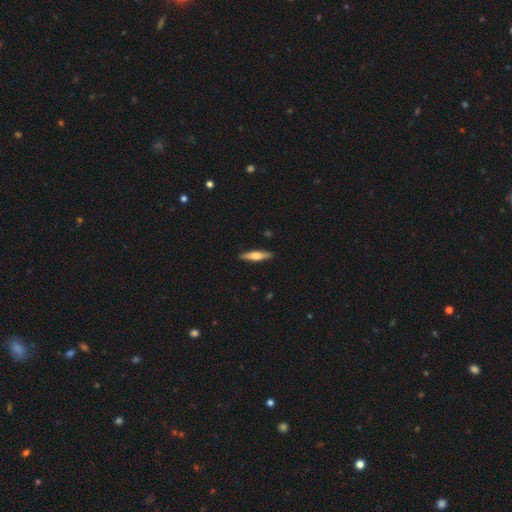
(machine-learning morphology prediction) smooth_or_featured: smooth (p=0.48) [alt: featured or disk p=0.47]
merging: none (p=0.90) [alt: minor disturbance p=0.07]